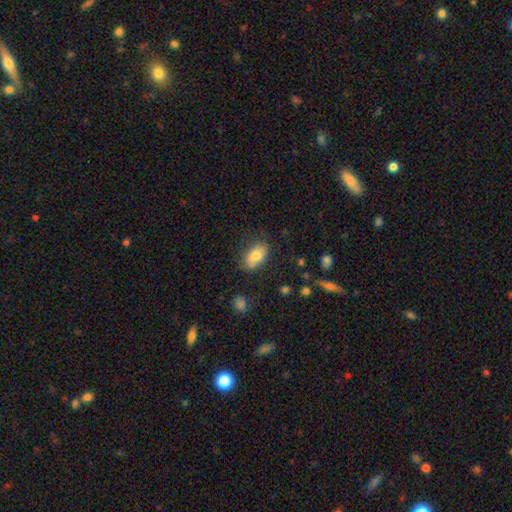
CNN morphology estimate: Q: Smooth or featured?
A: smooth (80%); runner-up: featured or disk (13%)
Q: How rounded?
A: in between (90%); runner-up: round (7%)
Q: Merging?
A: none (73%); runner-up: minor disturbance (19%)